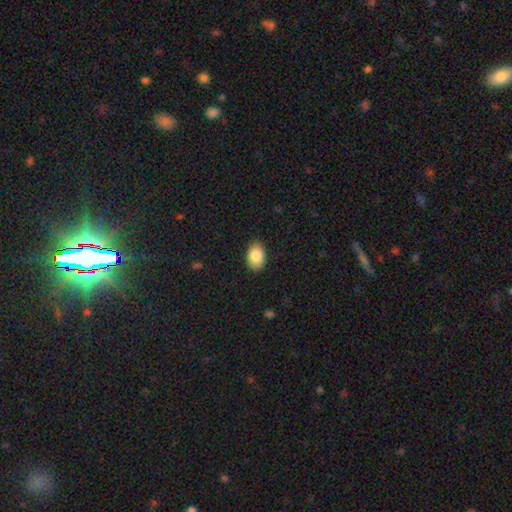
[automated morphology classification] A smooth galaxy with no disk features (86%) that is in between round and cigar-shaped (84%). Merging: none (87%).